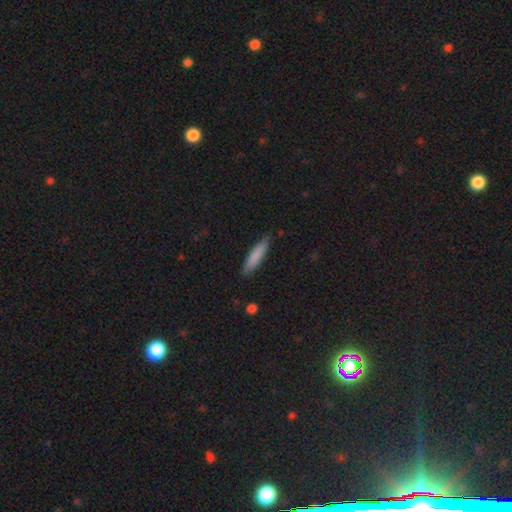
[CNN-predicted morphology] This is clearly a smooth galaxy (81%). How rounded: clearly cigar-shaped (84%). Merging: clearly none (84%).